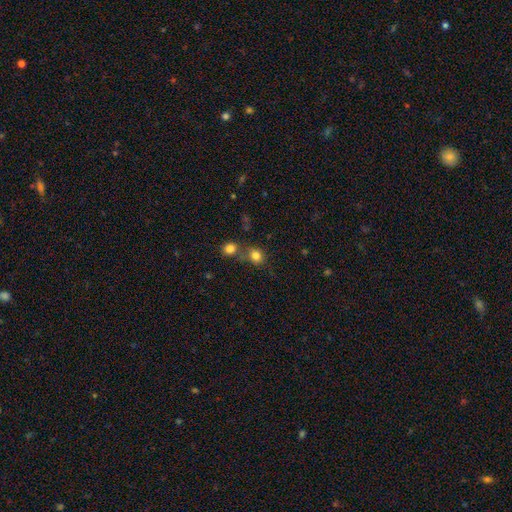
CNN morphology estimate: This is clearly a smooth galaxy (81%). How rounded: likely round (76%). Merging: possibly none (54%).